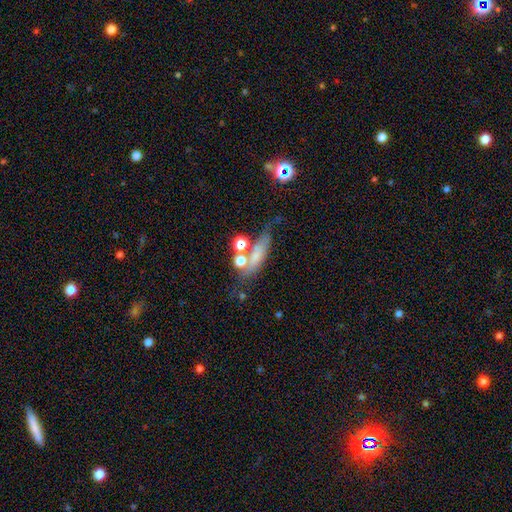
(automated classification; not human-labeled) This is possibly a smooth galaxy (58%). How rounded: marginally in between (43%). Merging: marginally none (43%).